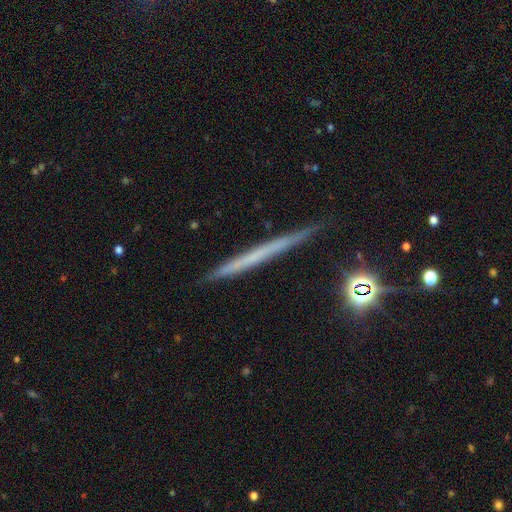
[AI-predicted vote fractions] smooth_or_featured: featured or disk (p=0.51) [alt: smooth p=0.39]
disk_edge_on: yes (p=0.97) [alt: no p=0.03]
merging: none (p=0.87) [alt: minor disturbance p=0.10]